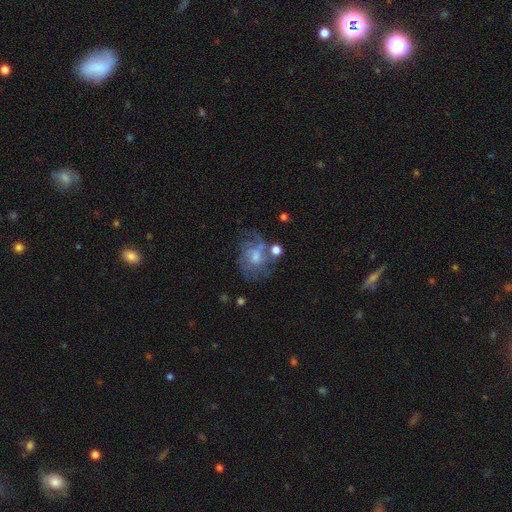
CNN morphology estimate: Smooth or featured? Predicted: featured or disk (p=0.60). Edge-on disk? Predicted: no (p=0.97). Bar? Predicted: no (p=0.68). Spiral arms? Predicted: yes (p=0.66). Bulge size? Predicted: moderate (p=0.41). Merging? Predicted: none (p=0.42).